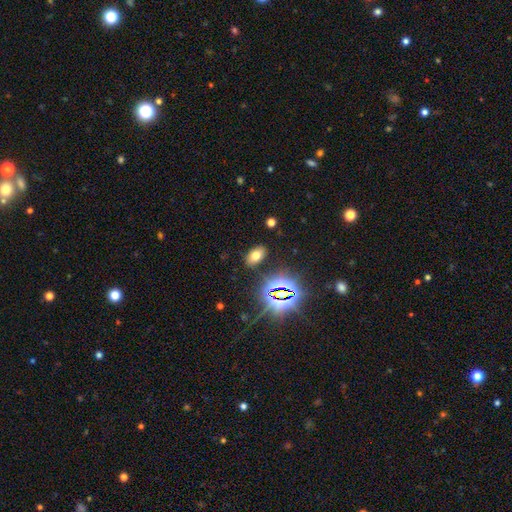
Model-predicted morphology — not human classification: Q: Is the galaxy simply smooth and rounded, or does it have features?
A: smooth — 62%.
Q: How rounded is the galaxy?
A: in between — 91%.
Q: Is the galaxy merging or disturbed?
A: none — 87%.